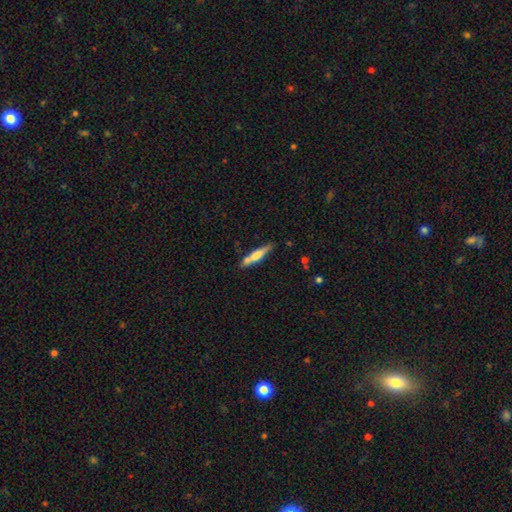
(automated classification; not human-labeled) Smooth or featured? smooth (58%)
How rounded? cigar-shaped (87%)
Merging? none (70%)